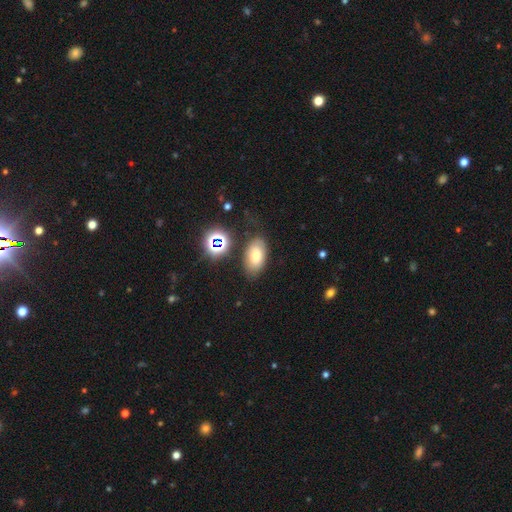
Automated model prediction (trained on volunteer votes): The model was most divided on "smooth or featured": smooth: 65%, featured or disk: 19%, star or artifact: 16%. More confident: how rounded — in between (91%); merging — none (74%).